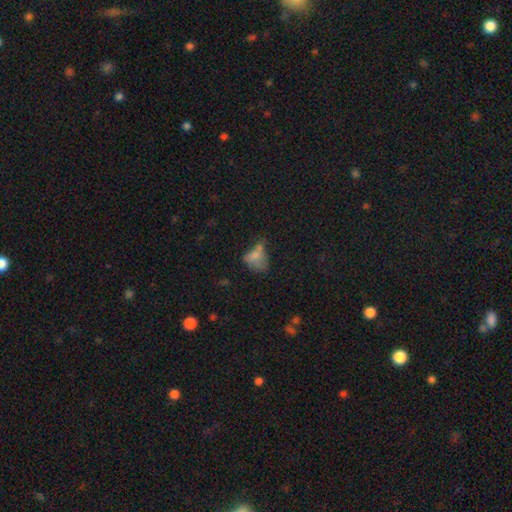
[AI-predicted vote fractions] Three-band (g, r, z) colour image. It shows a smooth galaxy with no disk features (64%) that is in between round and cigar-shaped (75%). Merging: major disturbance (30%).